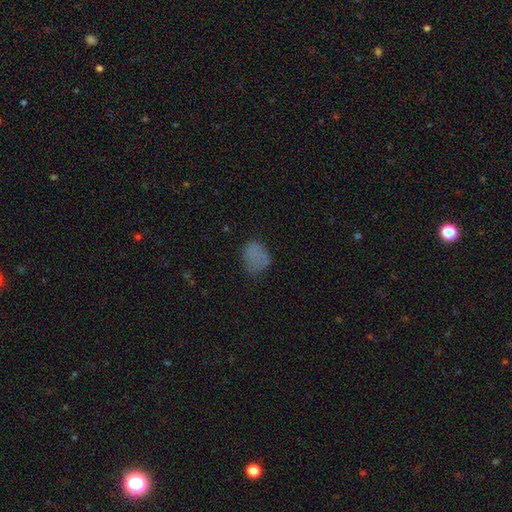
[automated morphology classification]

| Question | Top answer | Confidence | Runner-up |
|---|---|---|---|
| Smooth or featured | smooth | 72% | star or artifact (17%) |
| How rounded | in between | 56% | round (42%) |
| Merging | none | 59% | minor disturbance (25%) |